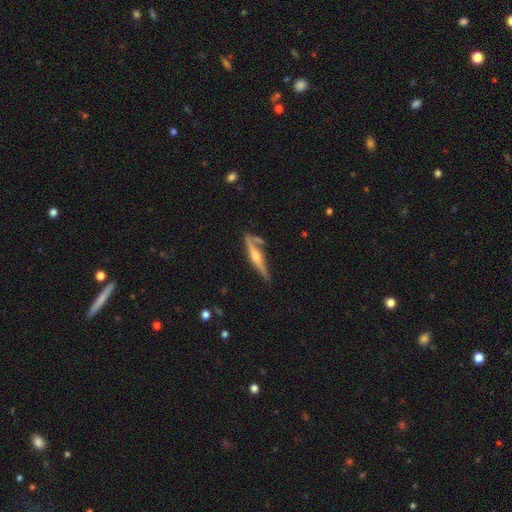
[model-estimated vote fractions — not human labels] Smooth or featured?
  - featured or disk: 71% *
  - smooth: 23%
  - star or artifact: 6%
Edge-on disk?
  - yes: 96% *
  - no: 4%
Edge-on bulge?
  - rounded: 86% *
  - none: 8%
  - boxy: 7%
Merging?
  - none: 68% *
  - minor disturbance: 17%
  - merger: 11%
  - major disturbance: 5%